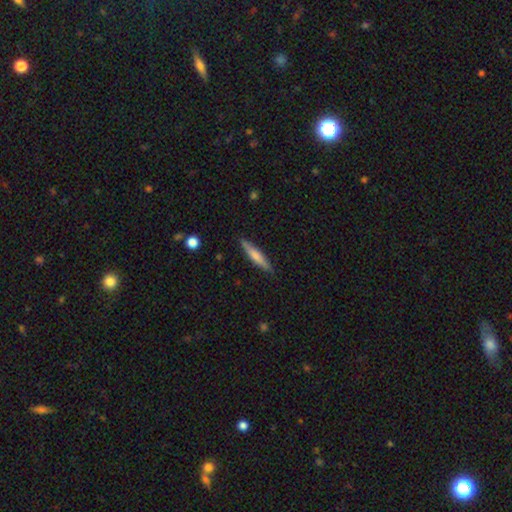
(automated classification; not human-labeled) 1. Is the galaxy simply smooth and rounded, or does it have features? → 59% smooth, 35% featured or disk, 6% star or artifact.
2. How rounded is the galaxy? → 90% cigar-shaped, 8% in between, 2% round.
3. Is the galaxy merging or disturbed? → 87% none, 9% minor disturbance, 2% major disturbance, 1% merger.